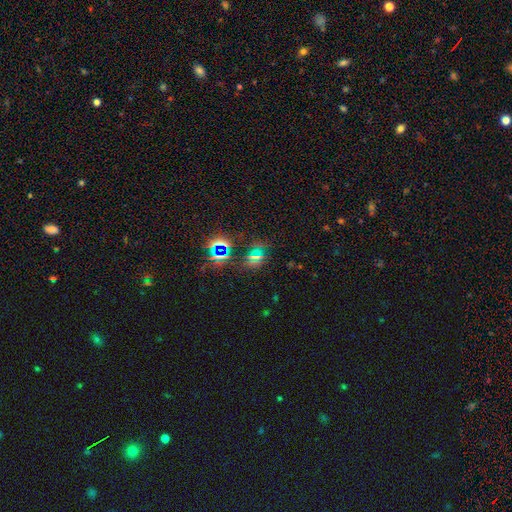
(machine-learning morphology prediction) A star or artifact, not a galaxy (69%).

Vote fractions:
- Smooth or featured? star or artifact: 69% / smooth: 21% / featured or disk: 10%